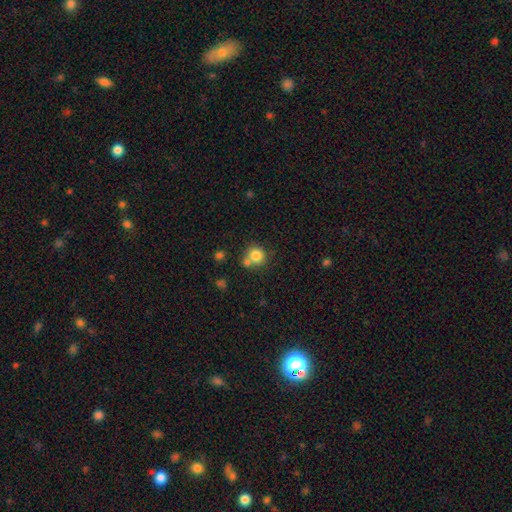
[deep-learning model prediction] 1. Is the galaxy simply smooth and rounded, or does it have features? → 80% smooth, 11% star or artifact, 9% featured or disk.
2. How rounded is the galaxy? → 88% round, 11% in between, 1% cigar-shaped.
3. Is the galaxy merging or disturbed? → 58% none, 28% merger, 11% minor disturbance, 4% major disturbance.